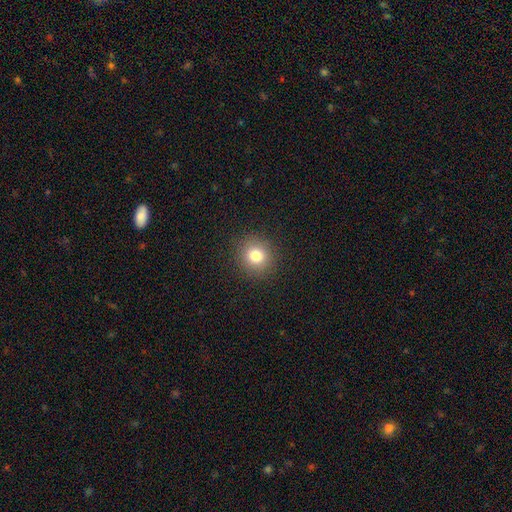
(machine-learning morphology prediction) This appears to be a smooth galaxy with no disk features (80%) that is round (88%). Merging: none (90%).